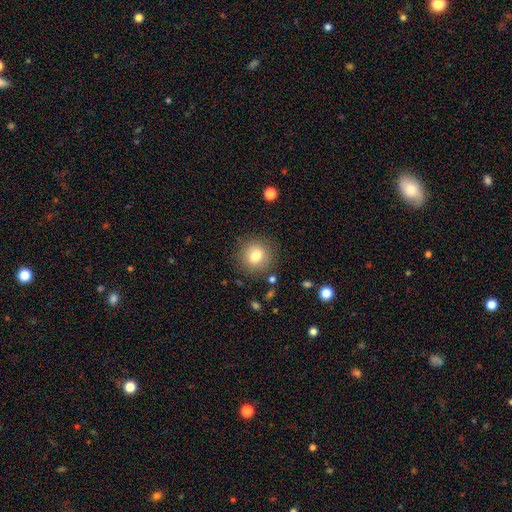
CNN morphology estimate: smooth-or-featured: smooth: 79% | featured or disk: 11% | star or artifact: 10%
  how-rounded: round: 80% | in between: 19% | cigar-shaped: 1%
  merging: none: 85% | minor disturbance: 10% | major disturbance: 4% | merger: 2%